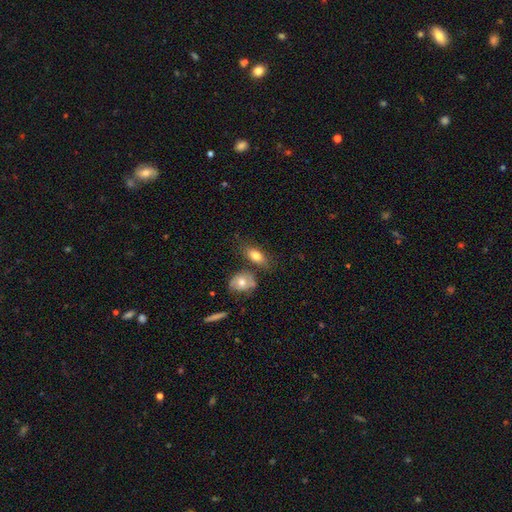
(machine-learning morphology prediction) smooth 76%, featured or disk 17%, star or artifact 7%. Down the decision tree: how rounded — in between (84%); merging — none (61%).